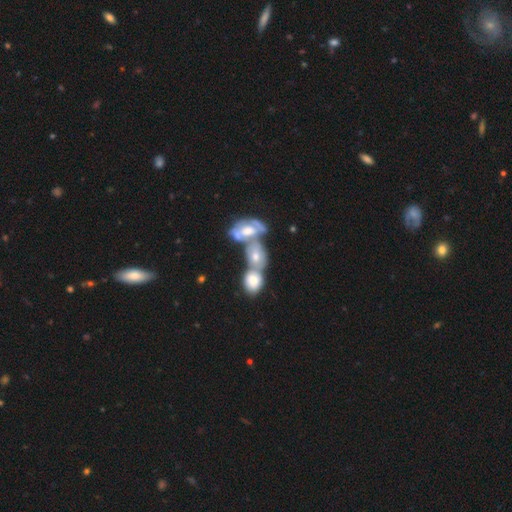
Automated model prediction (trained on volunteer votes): This is possibly a featured or disk galaxy (48%). Merging: likely merger (70%).